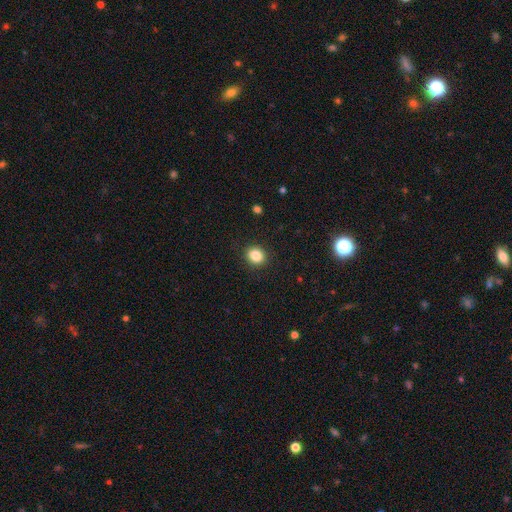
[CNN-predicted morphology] smooth_or_featured: smooth (p=0.85) [alt: star or artifact p=0.10]
how_rounded: round (p=0.73) [alt: in between p=0.26]
merging: none (p=0.90) [alt: minor disturbance p=0.07]